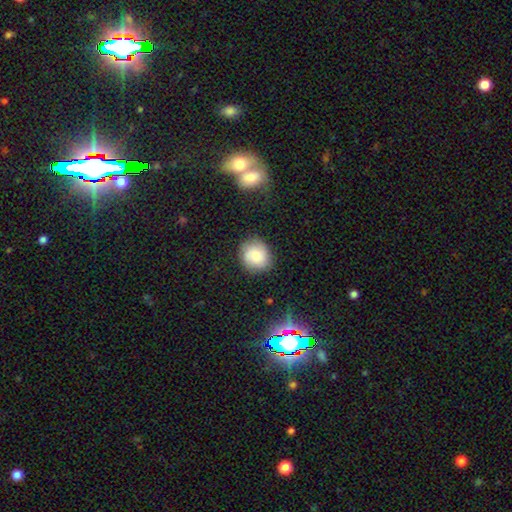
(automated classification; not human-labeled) Q: Smooth or featured?
A: smooth (73%); runner-up: featured or disk (17%)
Q: How rounded?
A: round (79%); runner-up: in between (20%)
Q: Merging?
A: none (81%); runner-up: minor disturbance (14%)